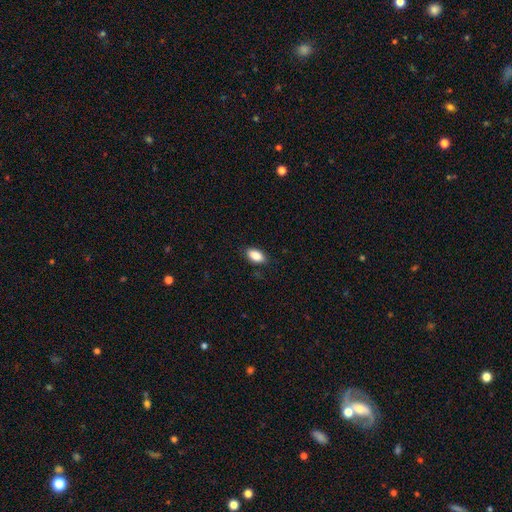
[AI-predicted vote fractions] smooth_or_featured: smooth (p=0.87) [alt: star or artifact p=0.08]
how_rounded: in between (p=0.91) [alt: cigar-shaped p=0.05]
merging: none (p=0.85) [alt: minor disturbance p=0.12]